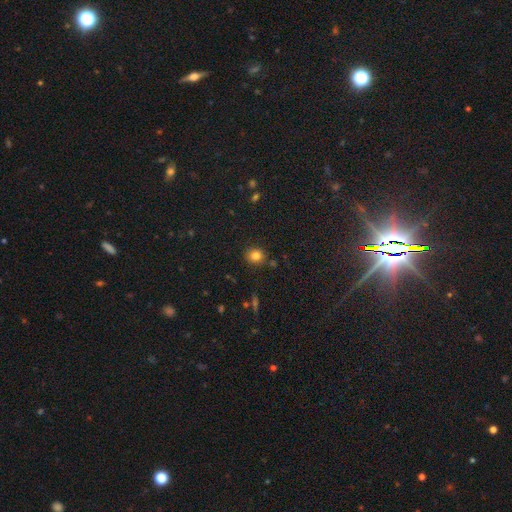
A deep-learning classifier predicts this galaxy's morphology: Smooth or featured? Predicted: smooth (p=0.81). How rounded? Predicted: round (p=0.83). Merging? Predicted: none (p=0.84).